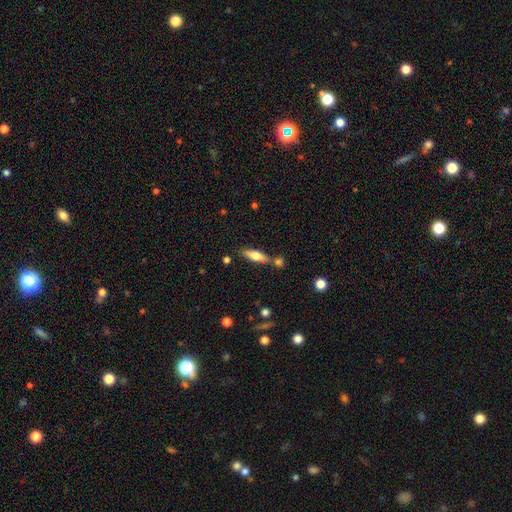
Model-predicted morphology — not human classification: A smooth galaxy with no disk features (60%) that is cigar-shaped (56%). Merging: none (70%).